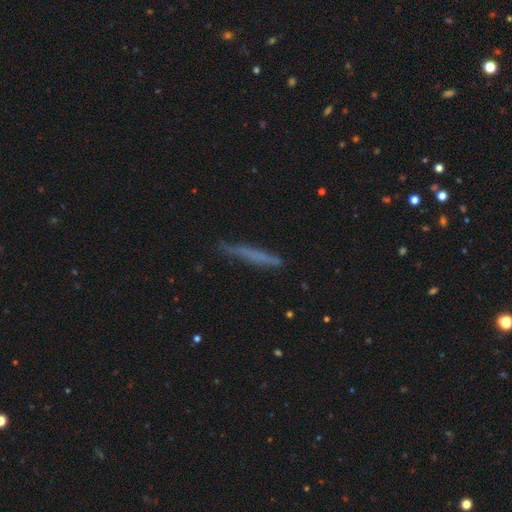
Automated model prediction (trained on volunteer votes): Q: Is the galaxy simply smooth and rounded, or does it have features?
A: smooth — 57%.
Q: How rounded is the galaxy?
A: cigar-shaped — 96%.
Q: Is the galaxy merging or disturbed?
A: none — 82%.